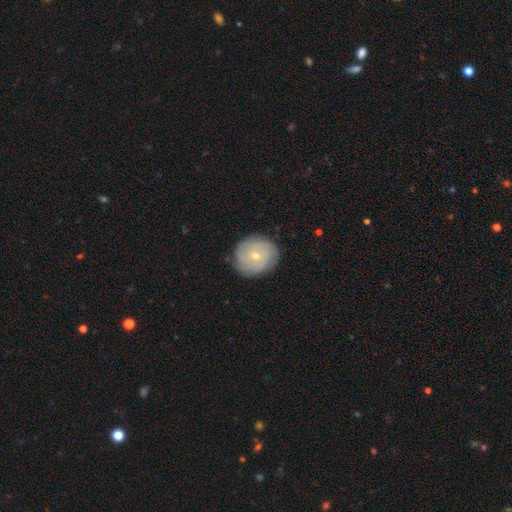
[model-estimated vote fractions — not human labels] A featured or disk galaxy (63%) with no bar (77%), tight (72%) spiral arms (88%) and a small central bulge (62%). Merging: none (84%).